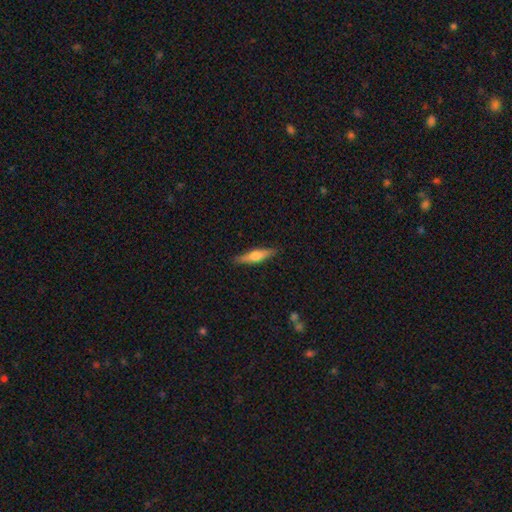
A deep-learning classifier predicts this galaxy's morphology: type=smooth (47%, tied with featured or disk); merging=none (88%).